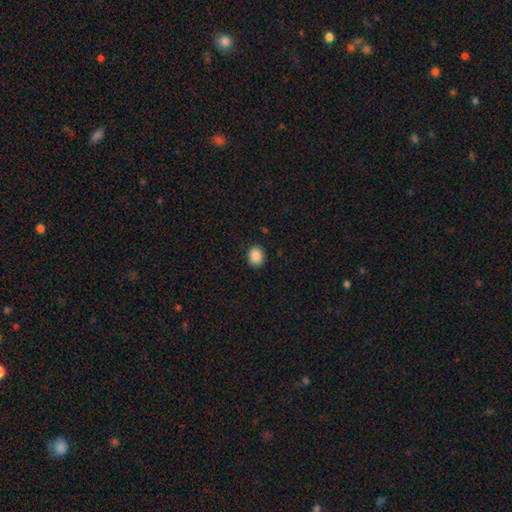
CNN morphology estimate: A smooth galaxy with no disk features (88%) that is round (65%). Merging: none (89%).